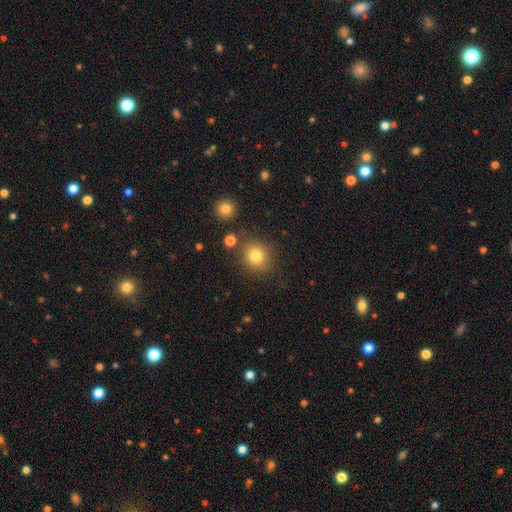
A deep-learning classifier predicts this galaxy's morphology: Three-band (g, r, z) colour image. It shows a smooth galaxy with no disk features (79%) that is round (85%). Merging: none (81%).